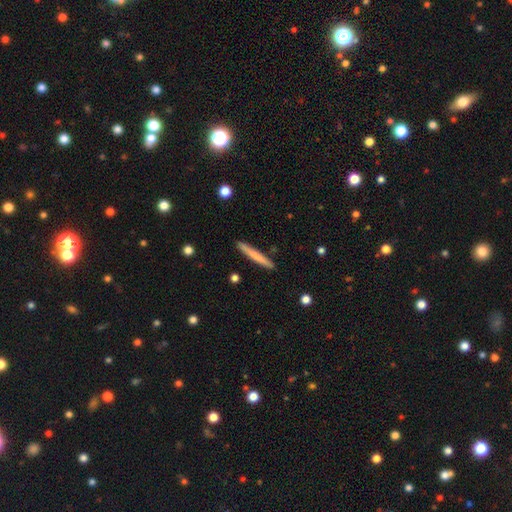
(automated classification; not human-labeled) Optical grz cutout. It shows a smooth galaxy with no disk features (70%) that is cigar-shaped (97%). Merging: none (90%).